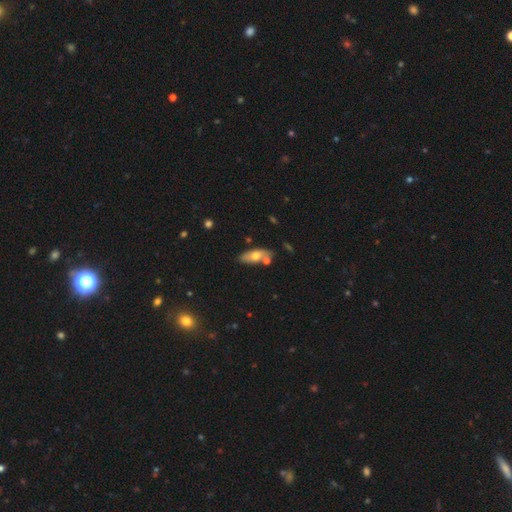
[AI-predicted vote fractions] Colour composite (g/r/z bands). It shows a smooth galaxy with no disk features (61%) that is in between round and cigar-shaped (75%). Merging: none (71%).